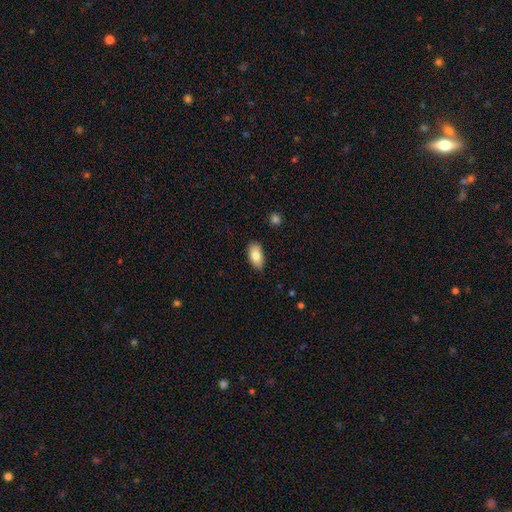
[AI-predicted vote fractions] Smooth or featured? Predicted: smooth (p=0.82). How rounded? Predicted: in between (p=0.91). Merging? Predicted: none (p=0.80).